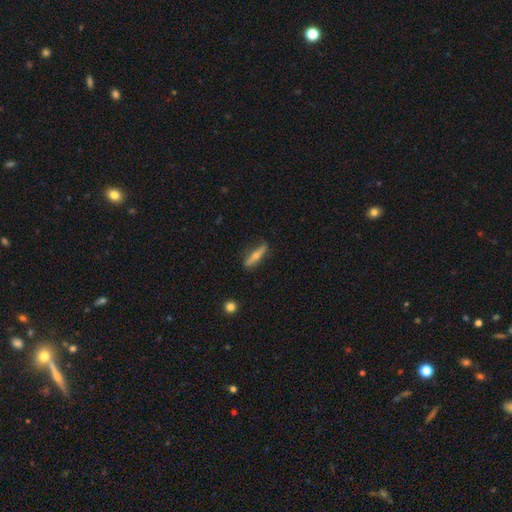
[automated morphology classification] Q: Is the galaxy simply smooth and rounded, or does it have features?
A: featured or disk — 48%.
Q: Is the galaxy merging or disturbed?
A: none — 80%.